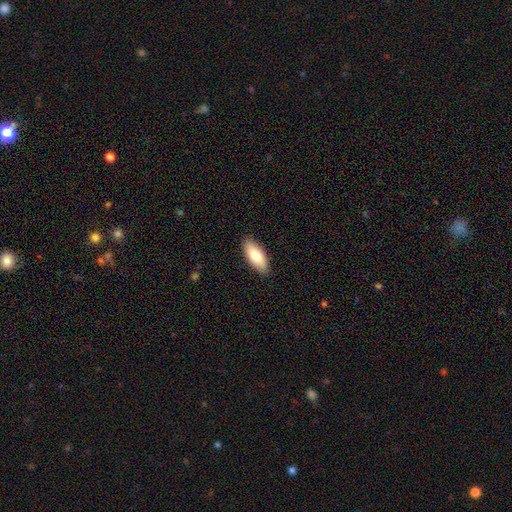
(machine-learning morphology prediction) This is likely a smooth galaxy (79%). How rounded: clearly in between (85%). Merging: clearly none (90%).